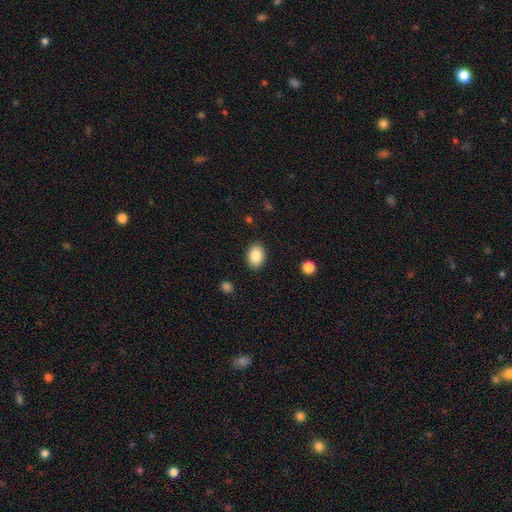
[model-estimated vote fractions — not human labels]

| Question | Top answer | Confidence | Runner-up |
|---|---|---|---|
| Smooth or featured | smooth | 85% | star or artifact (8%) |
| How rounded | in between | 77% | round (22%) |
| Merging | none | 88% | minor disturbance (8%) |